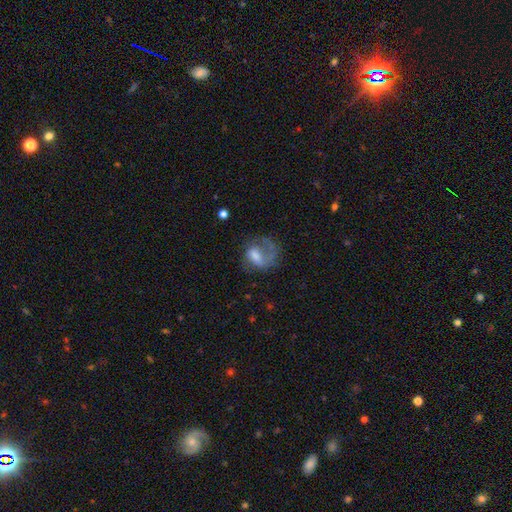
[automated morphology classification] This appears to be a featured or disk galaxy (62%) with a weak bar (46%), 1 (72%) medium (39%) spiral arms (83%) and a moderate central bulge (39%). Merging: none (44%).